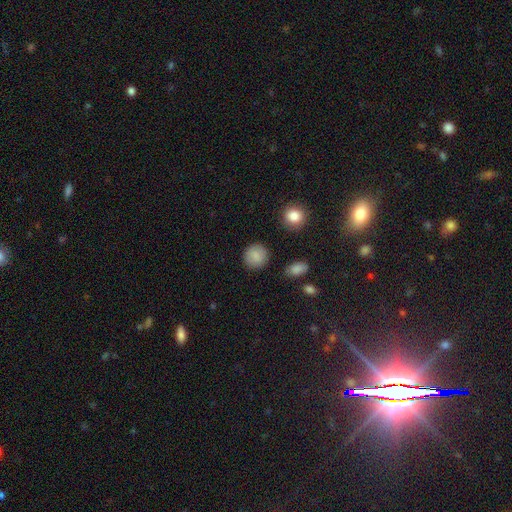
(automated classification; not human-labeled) Smooth or featured? smooth (86%)
How rounded? round (91%)
Merging? none (89%)